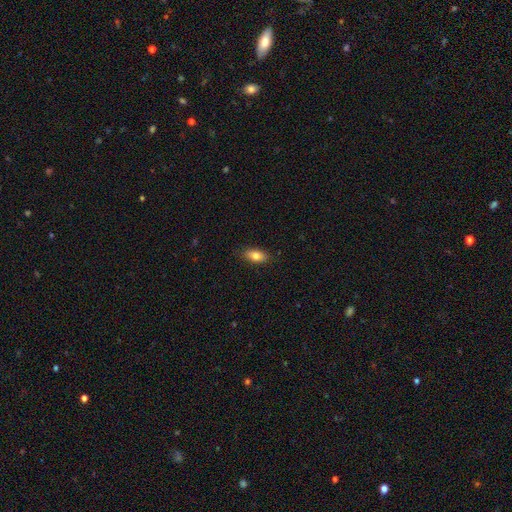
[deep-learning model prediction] A smooth galaxy with no disk features (81%) that is in between round and cigar-shaped (88%). Merging: none (86%).